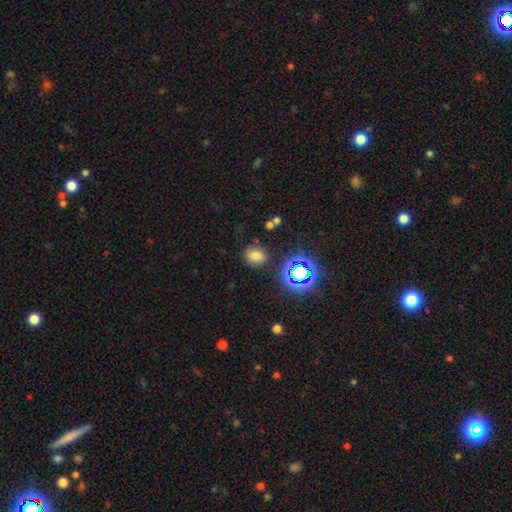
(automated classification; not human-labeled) Smooth or featured: smooth — 68% (star or artifact — 22%)
How rounded: round — 57% (in between — 42%)
Merging: none — 82% (minor disturbance — 11%)